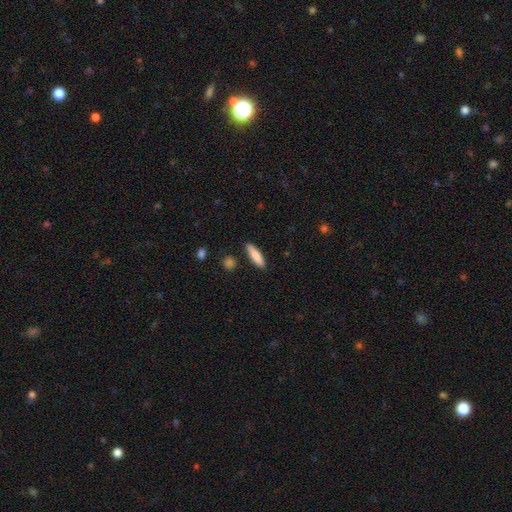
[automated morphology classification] This is clearly a smooth galaxy (84%). How rounded: likely cigar-shaped (69%). Merging: clearly none (88%).